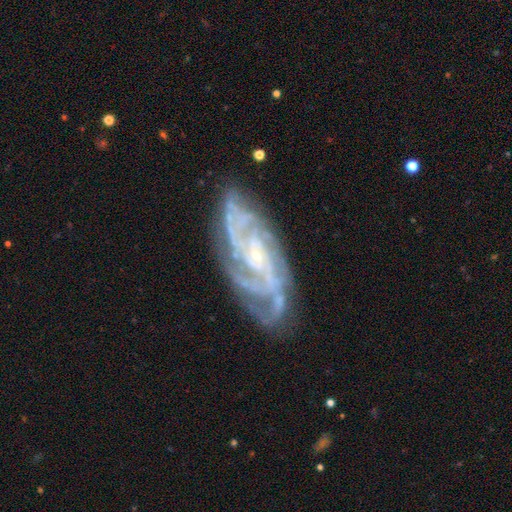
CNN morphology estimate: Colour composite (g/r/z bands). It shows a featured or disk galaxy (90%) with no bar (63%), 4 (31%) tight (60%) spiral arms (98%) and a small central bulge (83%). Merging: none (74%).